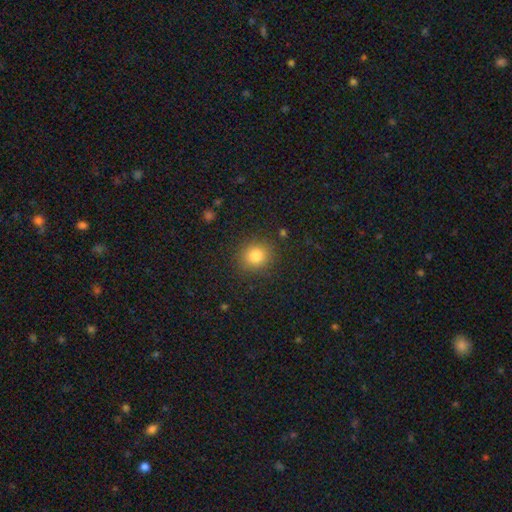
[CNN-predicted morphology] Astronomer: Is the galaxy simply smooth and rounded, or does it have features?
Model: smooth — 81%.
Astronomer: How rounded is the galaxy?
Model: round — 83%.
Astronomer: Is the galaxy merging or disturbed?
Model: none — 88%.